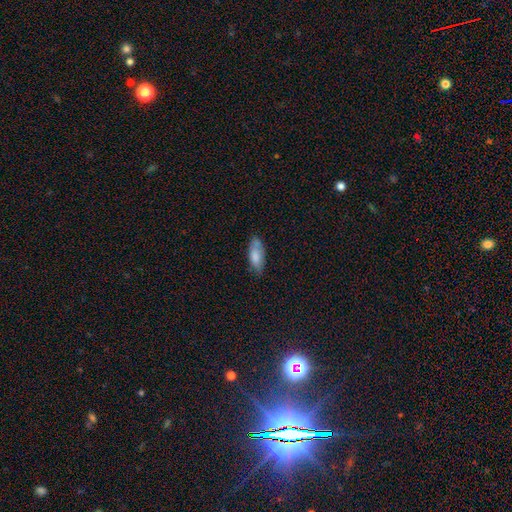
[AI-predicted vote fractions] smooth 81%, featured or disk 13%, star or artifact 7%. Down the decision tree: how rounded — in between (77%); merging — none (69%).